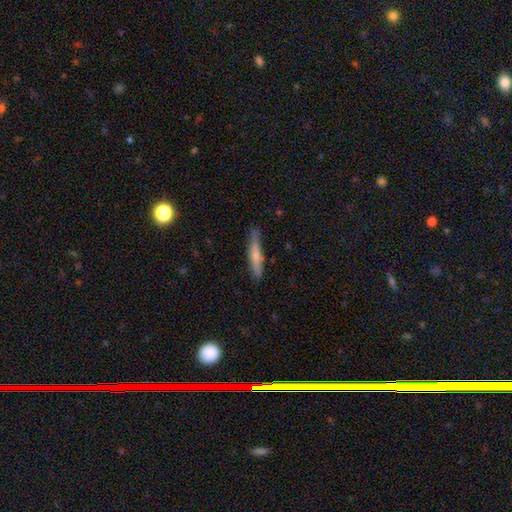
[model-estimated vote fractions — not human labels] The model was most divided on "smooth or featured": smooth: 57%, featured or disk: 37%, star or artifact: 6%. More confident: how rounded — cigar-shaped (91%); merging — none (81%).